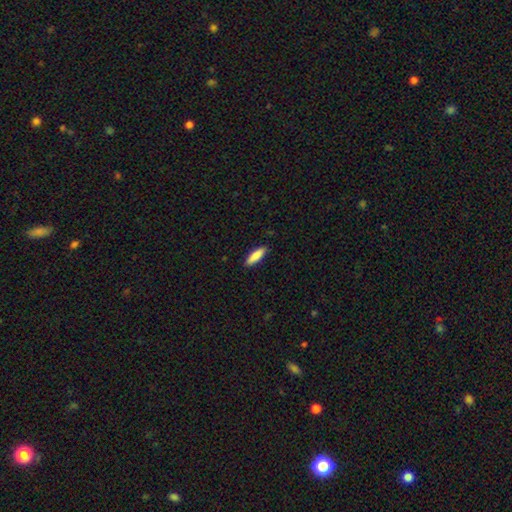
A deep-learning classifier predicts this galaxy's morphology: type=smooth (87%); roundness=cigar-shaped (57%); merging=none (89%).